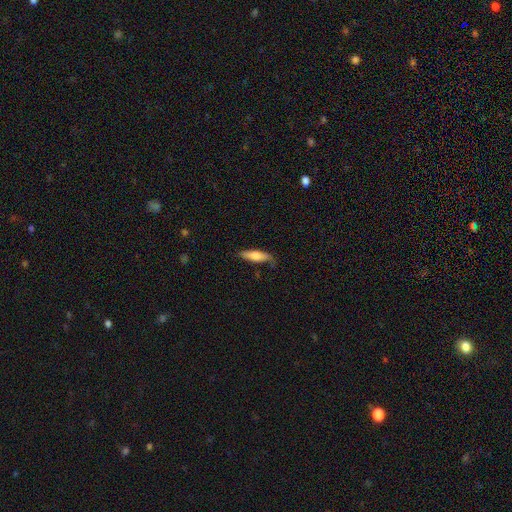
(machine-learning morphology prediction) Smooth or featured?
  - smooth: 69% *
  - featured or disk: 25%
  - star or artifact: 6%
How rounded?
  - cigar-shaped: 63% *
  - in between: 35%
  - round: 2%
Merging?
  - none: 66% *
  - minor disturbance: 26%
  - major disturbance: 6%
  - merger: 2%